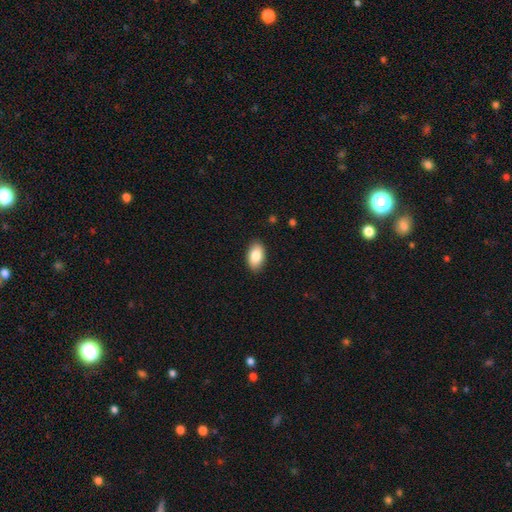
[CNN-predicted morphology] Smooth or featured?
  - smooth: 85% *
  - featured or disk: 9%
  - star or artifact: 6%
How rounded?
  - in between: 93% *
  - round: 5%
  - cigar-shaped: 2%
Merging?
  - none: 89% *
  - minor disturbance: 8%
  - major disturbance: 2%
  - merger: 1%